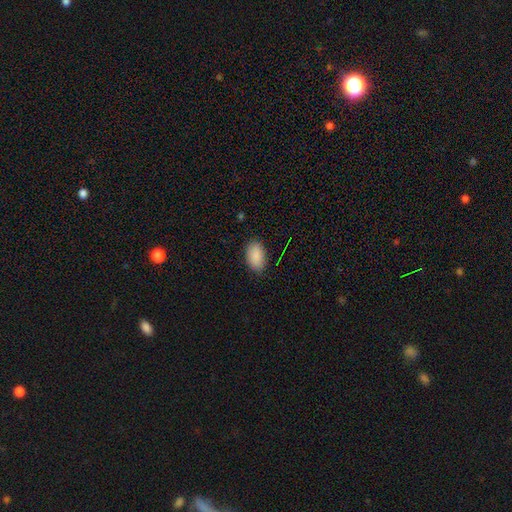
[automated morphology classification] A smooth galaxy with no disk features (89%) that is in between round and cigar-shaped (94%). Merging: none (85%).